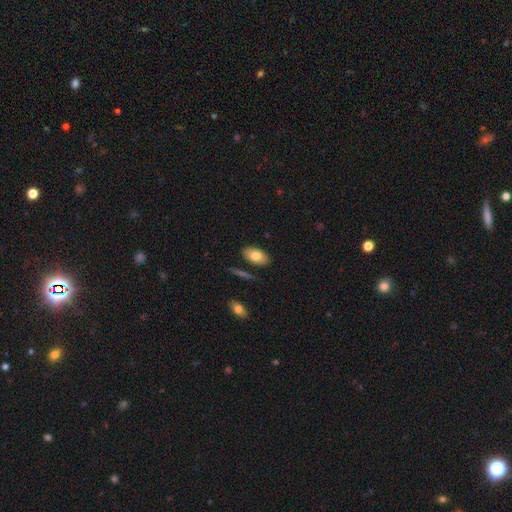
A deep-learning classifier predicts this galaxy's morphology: Smooth or featured? smooth (77%)
How rounded? in between (93%)
Merging? none (84%)